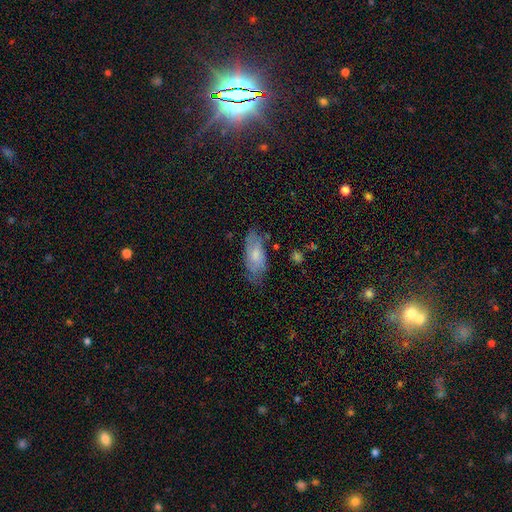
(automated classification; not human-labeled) Overall: smooth (58%; featured or disk 35%). How rounded: in between (84%). Merging: none (66%).